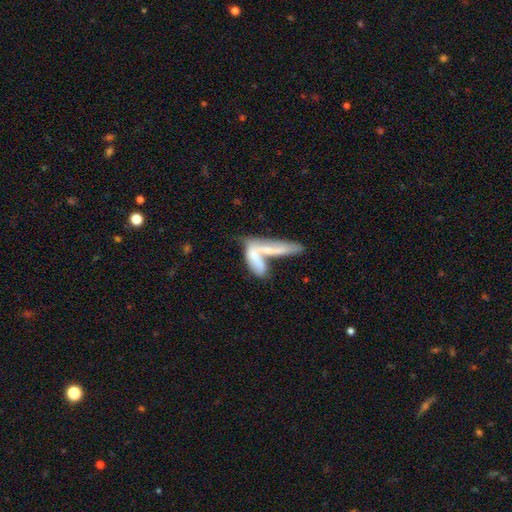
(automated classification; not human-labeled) Overall: smooth (58%; featured or disk 36%). How rounded: cigar-shaped (54%; in between 43%). Merging: merger (71%).